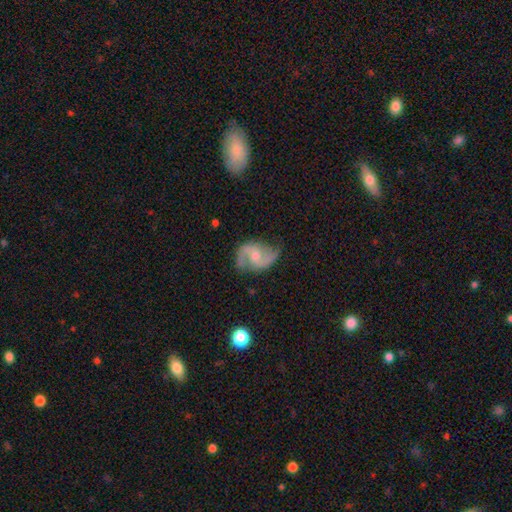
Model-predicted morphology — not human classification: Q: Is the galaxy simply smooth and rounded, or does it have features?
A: featured or disk — 86%.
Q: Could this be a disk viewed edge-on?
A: no — 98%.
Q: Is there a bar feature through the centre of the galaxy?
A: no — 47%.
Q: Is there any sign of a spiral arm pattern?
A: yes — 96%.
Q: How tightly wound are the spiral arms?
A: medium — 47%.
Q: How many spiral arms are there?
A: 2 — 92%.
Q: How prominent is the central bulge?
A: moderate — 50%.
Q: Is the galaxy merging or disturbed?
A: none — 72%.